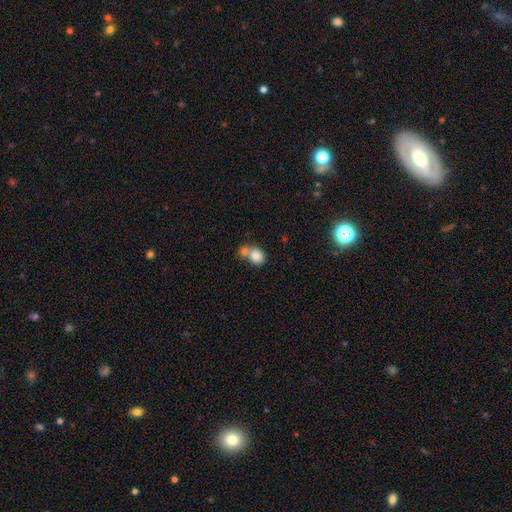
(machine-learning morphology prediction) A smooth galaxy with no disk features (83%) that is round (51%). Merging: merger (50%).